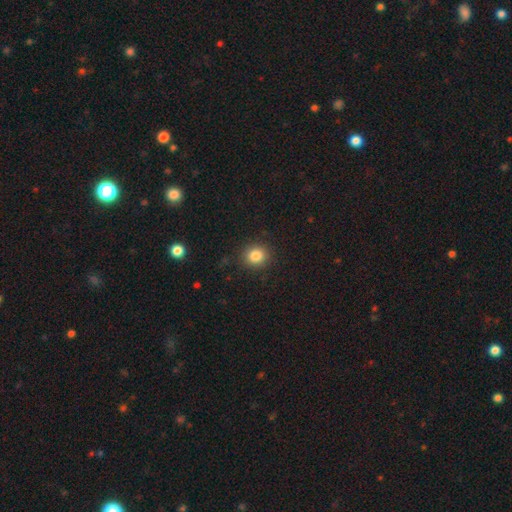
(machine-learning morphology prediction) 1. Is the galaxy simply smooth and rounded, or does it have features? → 84% smooth, 11% star or artifact, 5% featured or disk.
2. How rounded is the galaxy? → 82% round, 17% in between, 1% cigar-shaped.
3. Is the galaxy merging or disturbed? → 90% none, 7% minor disturbance, 2% major disturbance, 1% merger.